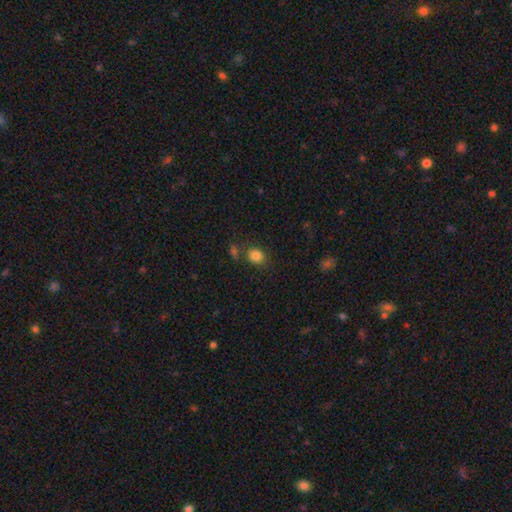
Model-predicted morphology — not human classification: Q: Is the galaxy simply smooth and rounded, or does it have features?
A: smooth — 82%.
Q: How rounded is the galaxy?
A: round — 53%.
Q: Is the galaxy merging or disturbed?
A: none — 72%.